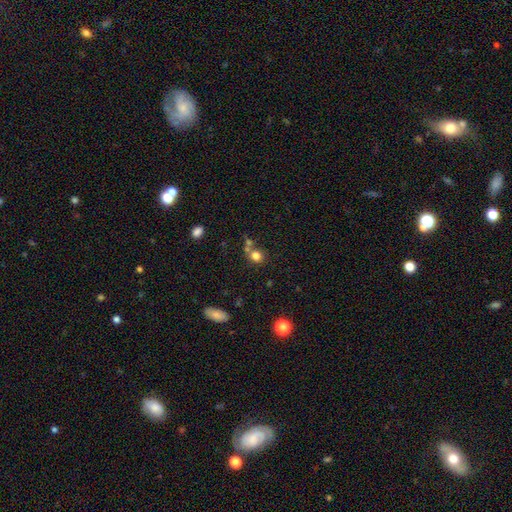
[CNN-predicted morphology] Smooth or featured?
  - smooth: 78% *
  - star or artifact: 14%
  - featured or disk: 8%
How rounded?
  - round: 80% *
  - in between: 19%
  - cigar-shaped: 1%
Merging?
  - none: 57% *
  - merger: 29%
  - minor disturbance: 10%
  - major disturbance: 4%